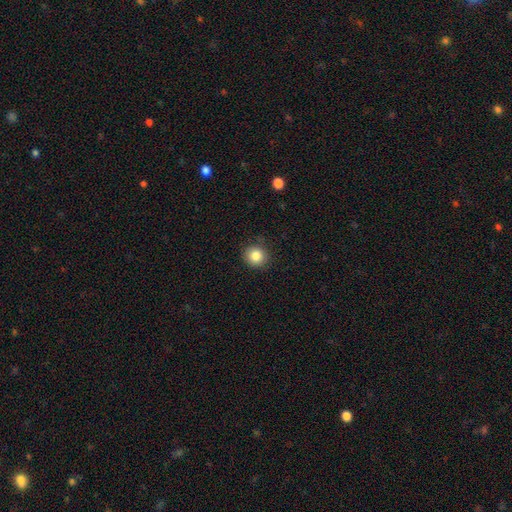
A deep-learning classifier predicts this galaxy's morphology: smooth 84%, star or artifact 10%, featured or disk 5%. Down the decision tree: how rounded — round (90%); merging — none (89%).